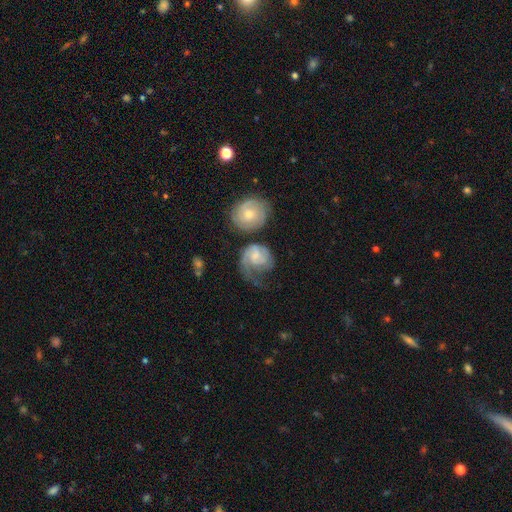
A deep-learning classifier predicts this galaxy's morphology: featured or disk 66%, smooth 28%, star or artifact 6%. Down the decision tree: edge-on disk — no (97%); bar — no (56%); spiral arms — yes (90%); spiral arm count — 1 (48%); spiral winding — tight (42%); bulge size — small (47%); merging — major disturbance (35%).